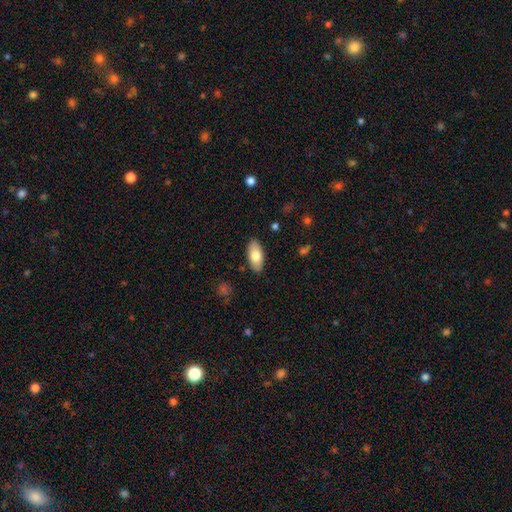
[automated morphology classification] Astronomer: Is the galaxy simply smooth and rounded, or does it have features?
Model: smooth — 77%.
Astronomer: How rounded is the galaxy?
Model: in between — 91%.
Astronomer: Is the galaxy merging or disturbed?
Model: none — 88%.